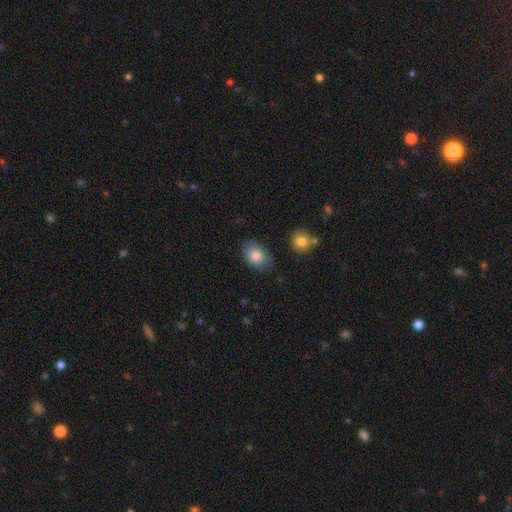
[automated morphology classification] smooth-or-featured: smooth: 83% | featured or disk: 9% | star or artifact: 8%
  how-rounded: in between: 78% | round: 21% | cigar-shaped: 1%
  merging: none: 77% | minor disturbance: 17% | major disturbance: 3% | merger: 3%